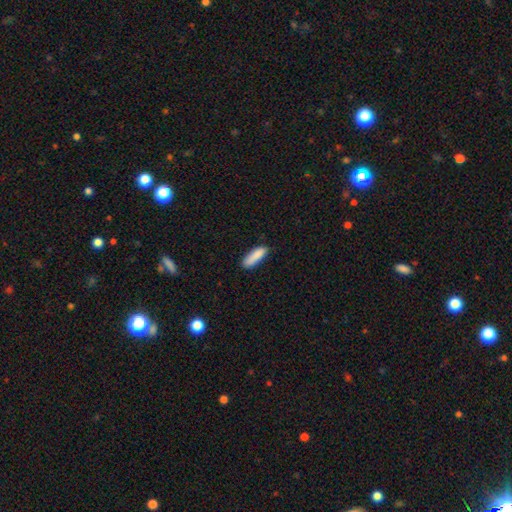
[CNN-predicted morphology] A smooth galaxy with no disk features (88%) that is cigar-shaped (57%). Merging: none (79%).